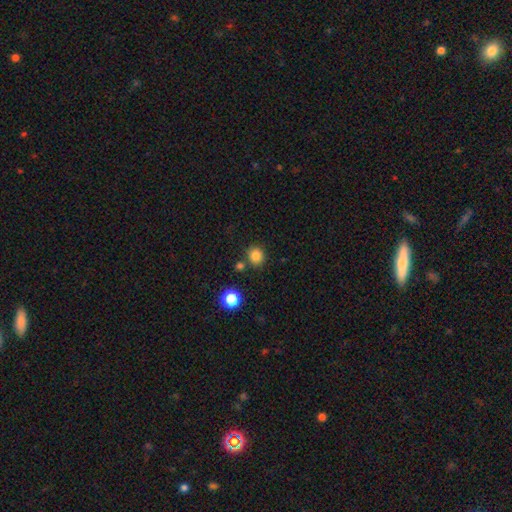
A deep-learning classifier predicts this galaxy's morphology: Smooth or featured?
  - smooth: 83% *
  - star or artifact: 12%
  - featured or disk: 5%
How rounded?
  - round: 84% *
  - in between: 15%
  - cigar-shaped: 1%
Merging?
  - none: 78% *
  - merger: 10%
  - minor disturbance: 9%
  - major disturbance: 3%